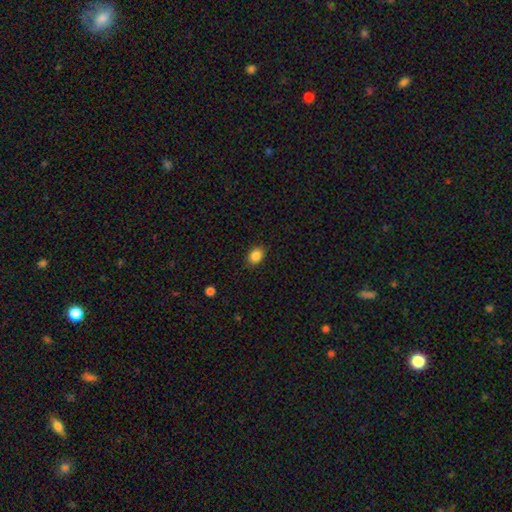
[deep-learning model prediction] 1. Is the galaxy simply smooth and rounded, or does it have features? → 86% smooth, 9% star or artifact, 4% featured or disk.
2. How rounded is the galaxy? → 60% in between, 39% round, 1% cigar-shaped.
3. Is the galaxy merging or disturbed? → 88% none, 9% minor disturbance, 2% major disturbance, 1% merger.